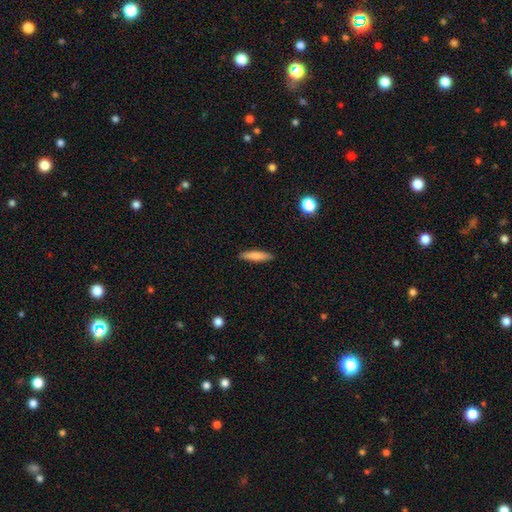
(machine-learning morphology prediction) Smooth or featured? Predicted: smooth (p=0.79). How rounded? Predicted: cigar-shaped (p=0.81). Merging? Predicted: none (p=0.89).